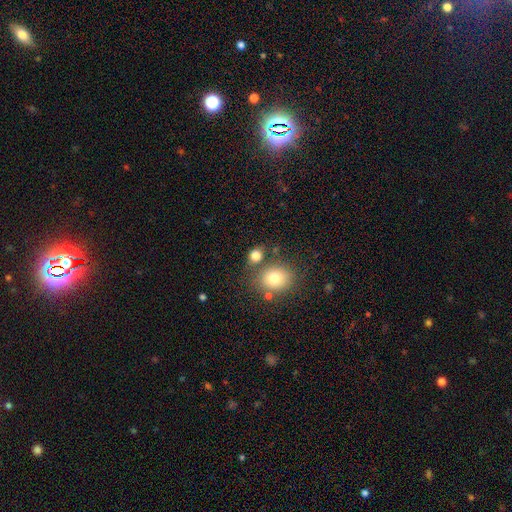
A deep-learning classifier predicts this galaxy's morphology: smooth_or_featured: smooth (p=0.79) [alt: star or artifact p=0.12]
how_rounded: round (p=0.51) [alt: in between p=0.47]
merging: none (p=0.65) [alt: merger p=0.18]